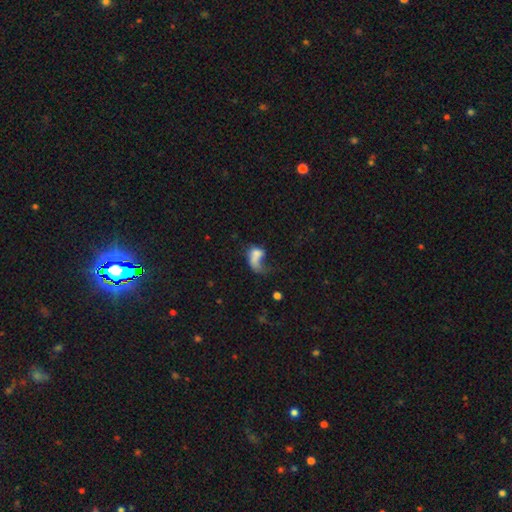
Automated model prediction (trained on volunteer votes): Morphology: type=smooth (58%); roundness=in between (81%); merging=major disturbance (54%).